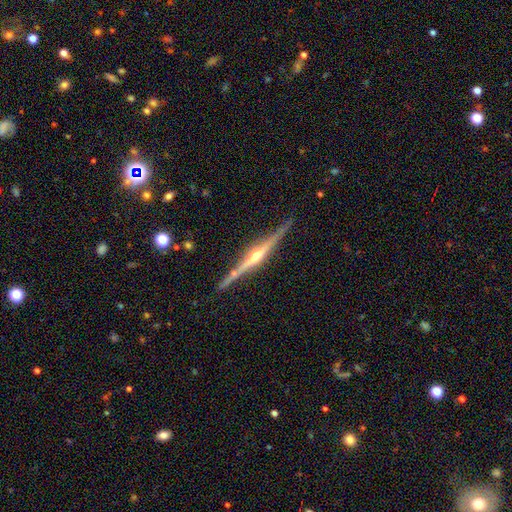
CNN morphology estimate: Smooth or featured? Predicted: featured or disk (p=0.85). Edge-on disk? Predicted: yes (p=0.98). Edge-on bulge? Predicted: rounded (p=0.92). Merging? Predicted: none (p=0.86).